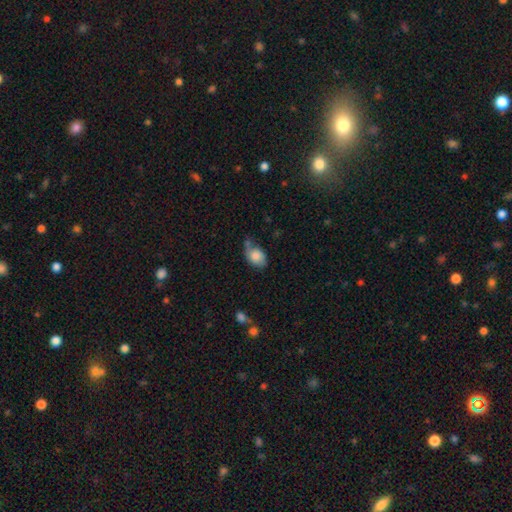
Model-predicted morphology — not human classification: Smooth or featured?
  - smooth: 78% *
  - featured or disk: 14%
  - star or artifact: 8%
How rounded?
  - in between: 74% *
  - round: 24%
  - cigar-shaped: 1%
Merging?
  - none: 43% *
  - minor disturbance: 31%
  - major disturbance: 14%
  - merger: 12%